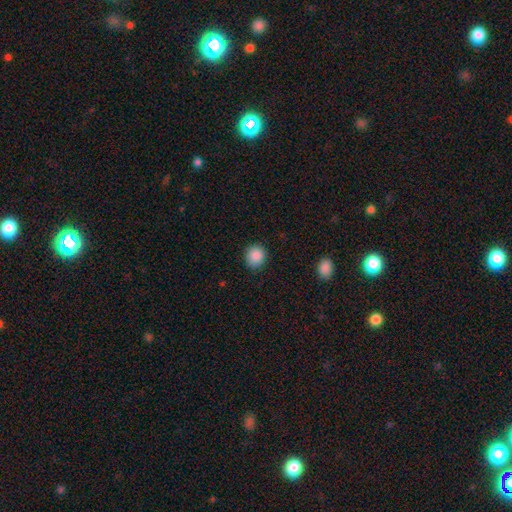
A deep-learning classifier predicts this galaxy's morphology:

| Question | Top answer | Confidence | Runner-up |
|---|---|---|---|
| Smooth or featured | smooth | 88% | star or artifact (9%) |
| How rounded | round | 85% | in between (14%) |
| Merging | none | 88% | minor disturbance (9%) |